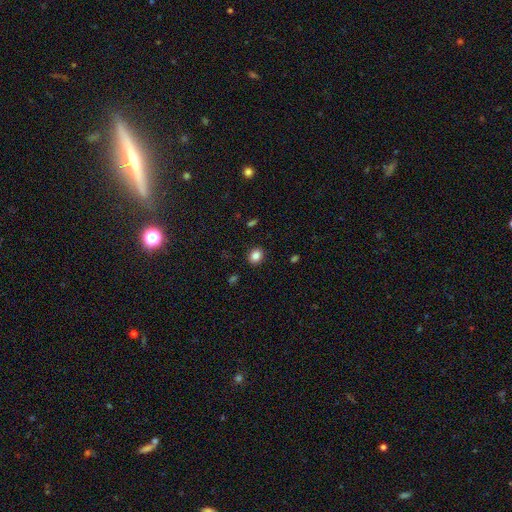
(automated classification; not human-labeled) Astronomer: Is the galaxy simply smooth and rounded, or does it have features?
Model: smooth — 85%.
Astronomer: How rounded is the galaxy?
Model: round — 55% (runner-up: in between, 44%).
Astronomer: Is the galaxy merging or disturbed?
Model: none — 89%.